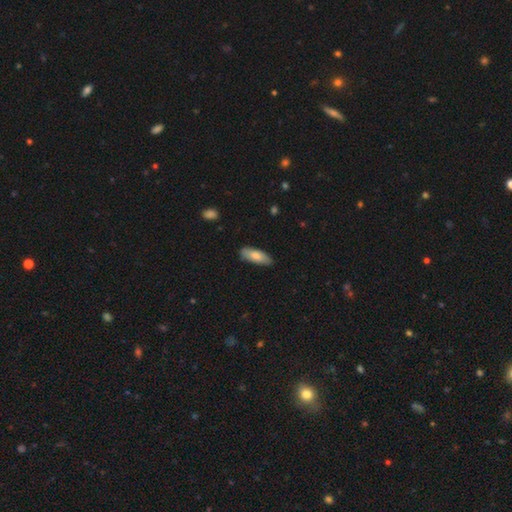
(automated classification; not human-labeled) This is likely a smooth galaxy (79%). How rounded: likely in between (68%). Merging: clearly none (81%).